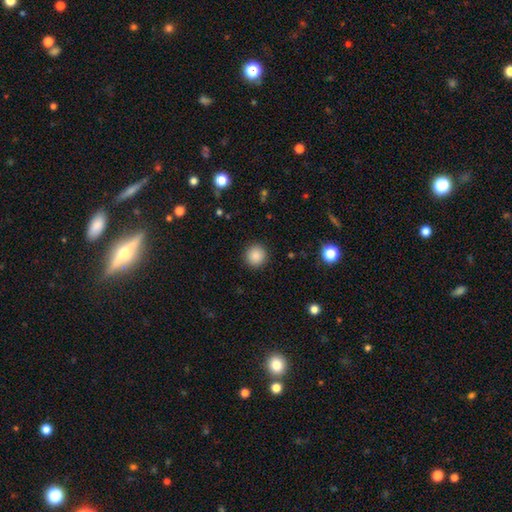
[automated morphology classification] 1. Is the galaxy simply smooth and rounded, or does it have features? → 87% smooth, 9% star or artifact, 3% featured or disk.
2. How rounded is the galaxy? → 94% round, 5% in between, 1% cigar-shaped.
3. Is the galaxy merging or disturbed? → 92% none, 5% minor disturbance, 2% major disturbance, 1% merger.